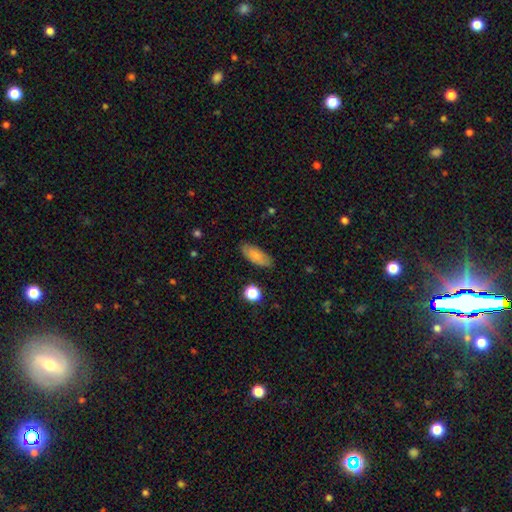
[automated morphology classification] type=smooth (78%); roundness=in between (83%); merging=none (83%).